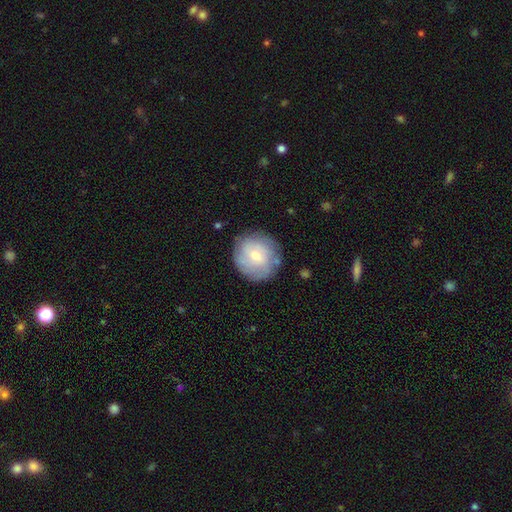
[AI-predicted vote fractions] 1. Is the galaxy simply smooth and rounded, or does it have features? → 56% smooth, 37% featured or disk, 7% star or artifact.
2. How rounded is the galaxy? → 91% round, 8% in between, 1% cigar-shaped.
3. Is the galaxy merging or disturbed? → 79% none, 15% minor disturbance, 5% major disturbance, 2% merger.